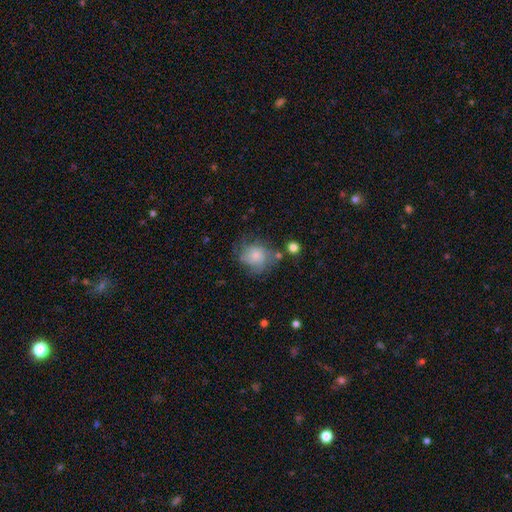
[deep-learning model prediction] smooth_or_featured: smooth (p=0.58) [alt: featured or disk p=0.32]
how_rounded: round (p=0.68) [alt: in between p=0.31]
merging: none (p=0.50) [alt: minor disturbance p=0.26]